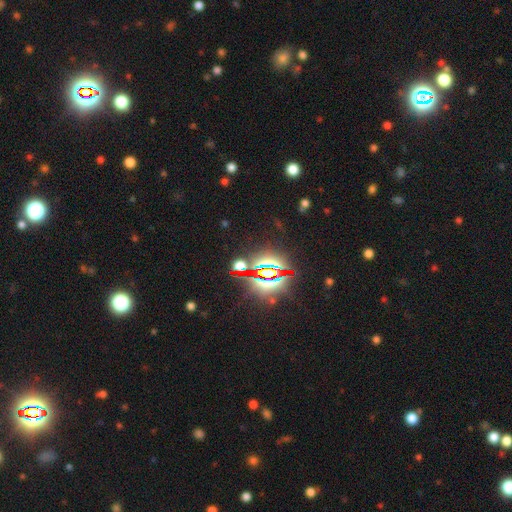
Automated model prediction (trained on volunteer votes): smooth_or_featured: star or artifact (p=0.83) [alt: smooth p=0.10]